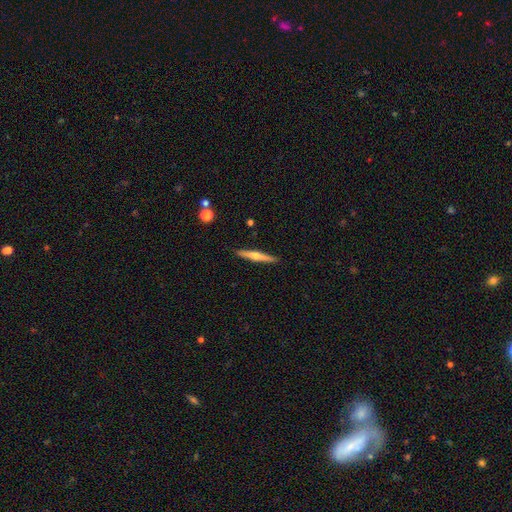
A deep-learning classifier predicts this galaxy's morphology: Q: Smooth or featured?
A: featured or disk (60%); runner-up: smooth (34%)
Q: Edge-on disk?
A: yes (97%); runner-up: no (3%)
Q: Edge-on bulge?
A: rounded (85%); runner-up: none (10%)
Q: Merging?
A: none (91%); runner-up: minor disturbance (6%)